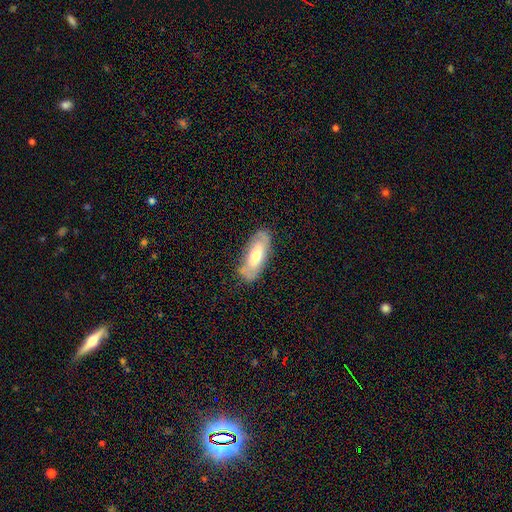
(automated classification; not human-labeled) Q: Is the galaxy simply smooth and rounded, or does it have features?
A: smooth — 52%.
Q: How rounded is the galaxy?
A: in between — 75%.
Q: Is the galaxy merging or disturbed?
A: none — 79%.